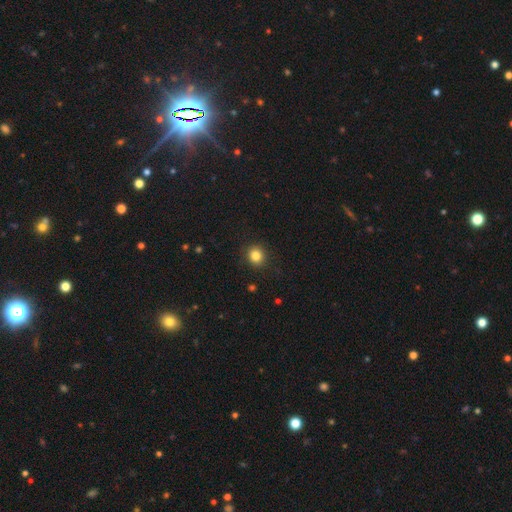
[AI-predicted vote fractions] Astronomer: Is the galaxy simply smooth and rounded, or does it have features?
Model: smooth — 84%.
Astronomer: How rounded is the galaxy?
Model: round — 85%.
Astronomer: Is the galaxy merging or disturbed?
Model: none — 90%.